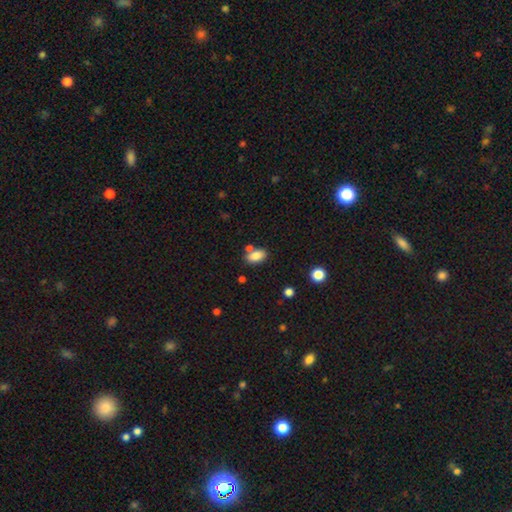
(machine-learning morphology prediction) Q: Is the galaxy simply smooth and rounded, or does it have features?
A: smooth — 84%.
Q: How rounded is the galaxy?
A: in between — 90%.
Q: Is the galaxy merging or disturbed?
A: none — 68%.